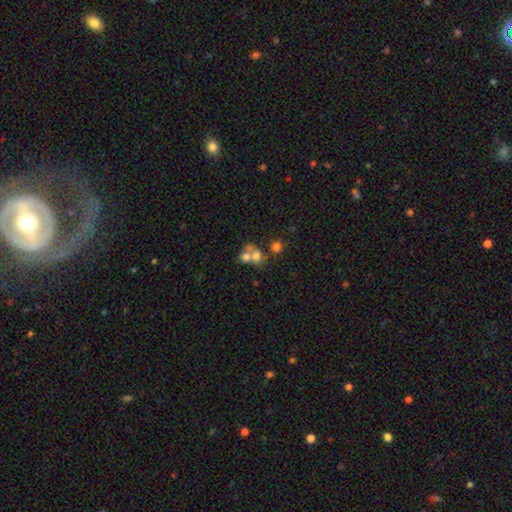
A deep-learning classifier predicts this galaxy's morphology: Smooth or featured: smooth — 62% (featured or disk — 23%)
How rounded: round — 70% (in between — 29%)
Merging: merger — 58% (none — 29%)